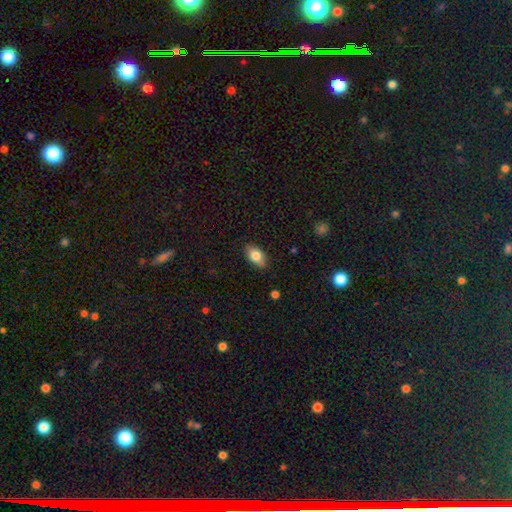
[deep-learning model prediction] smooth 80%, featured or disk 13%, star or artifact 7%. Down the decision tree: how rounded — in between (91%); merging — none (86%).